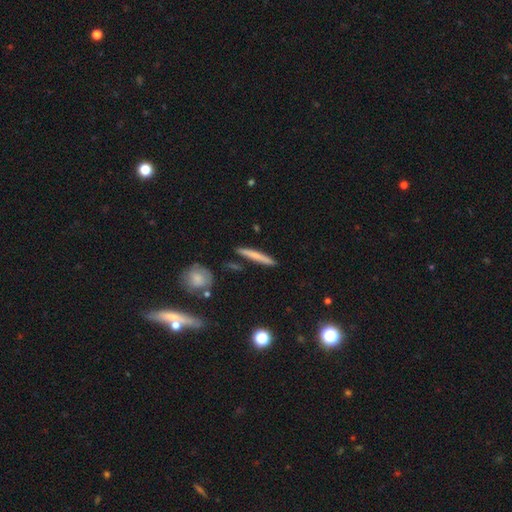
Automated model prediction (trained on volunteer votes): Smooth or featured? Predicted: smooth (p=0.65). How rounded? Predicted: cigar-shaped (p=0.95). Merging? Predicted: none (p=0.88).